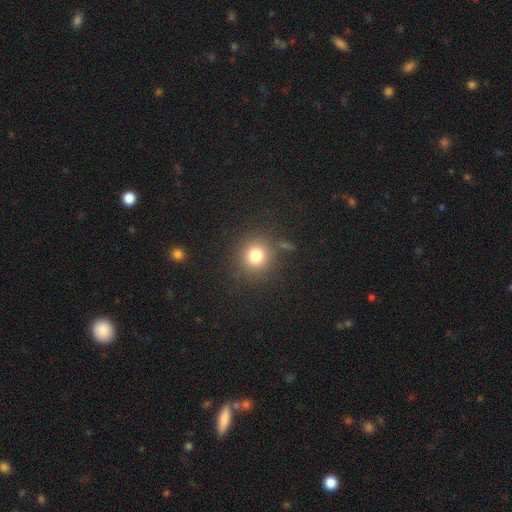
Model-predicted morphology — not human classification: A smooth galaxy with no disk features (79%) that is round (90%). Merging: none (83%).